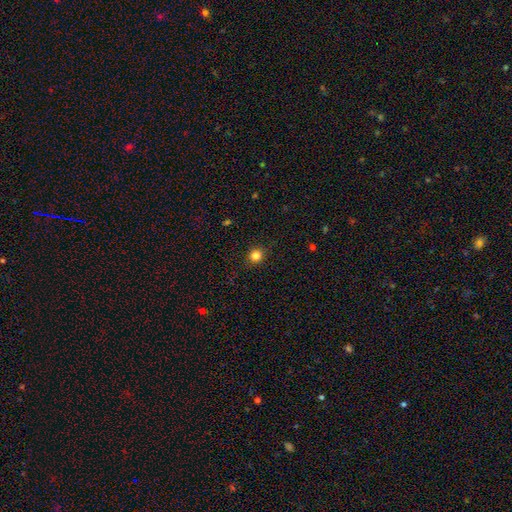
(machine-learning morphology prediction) Smooth or featured? Predicted: smooth (p=0.82). How rounded? Predicted: round (p=0.90). Merging? Predicted: none (p=0.90).